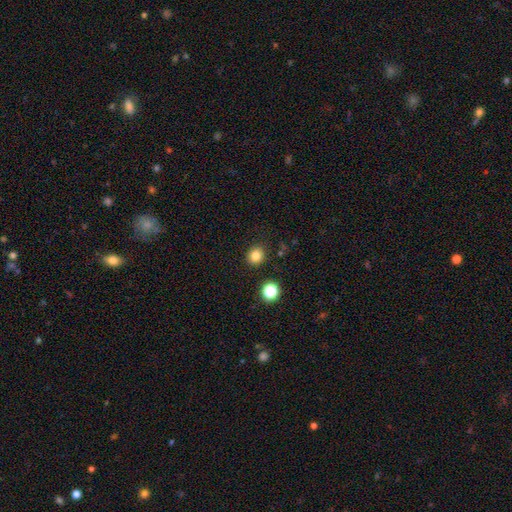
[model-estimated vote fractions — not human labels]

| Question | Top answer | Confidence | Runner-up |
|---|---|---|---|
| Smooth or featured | smooth | 82% | star or artifact (13%) |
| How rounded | round | 79% | in between (20%) |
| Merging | none | 88% | minor disturbance (7%) |